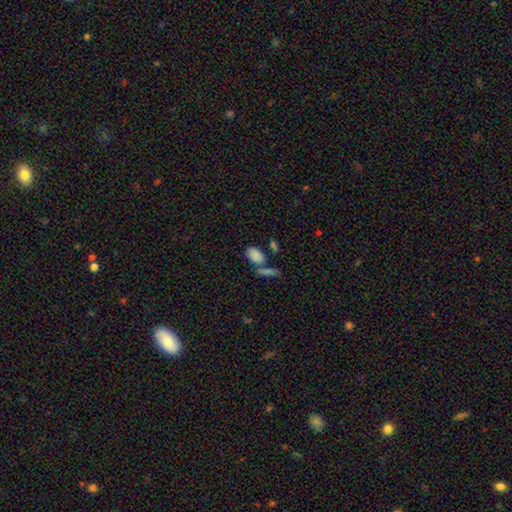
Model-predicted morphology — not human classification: type=smooth (85%); roundness=in between (92%); merging=none (55%).